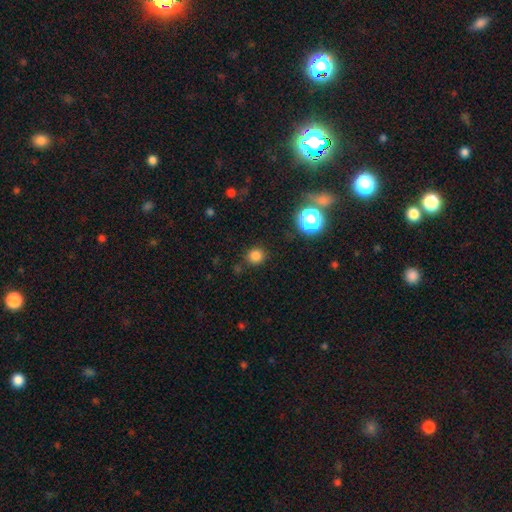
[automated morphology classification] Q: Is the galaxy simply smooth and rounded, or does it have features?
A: smooth — 80%.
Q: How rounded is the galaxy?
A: round — 88%.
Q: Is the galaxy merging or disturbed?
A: none — 87%.